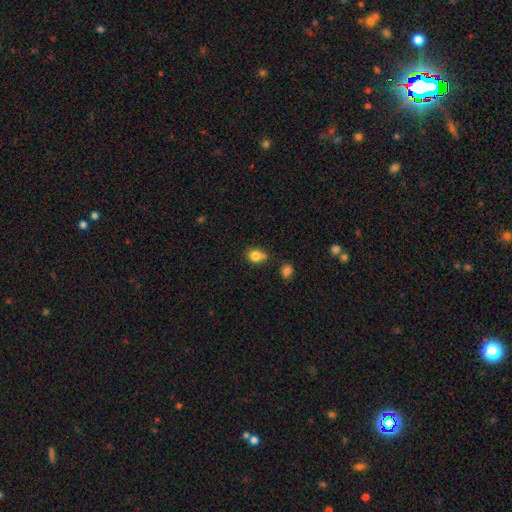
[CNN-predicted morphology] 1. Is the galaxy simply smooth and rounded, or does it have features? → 82% smooth, 11% star or artifact, 7% featured or disk.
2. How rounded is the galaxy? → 72% round, 27% in between, 1% cigar-shaped.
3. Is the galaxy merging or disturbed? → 62% none, 17% merger, 17% minor disturbance, 4% major disturbance.